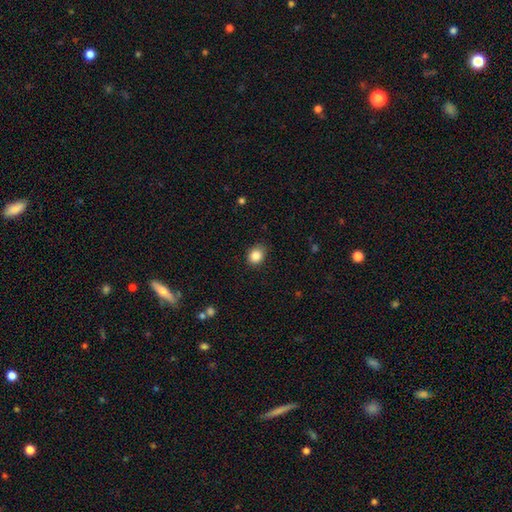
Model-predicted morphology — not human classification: Smooth or featured?
  - smooth: 86% *
  - star or artifact: 10%
  - featured or disk: 5%
How rounded?
  - round: 60% *
  - in between: 39%
  - cigar-shaped: 1%
Merging?
  - none: 83% *
  - minor disturbance: 13%
  - major disturbance: 3%
  - merger: 1%